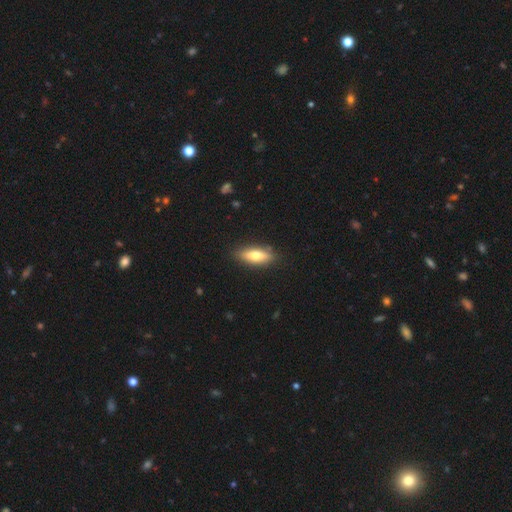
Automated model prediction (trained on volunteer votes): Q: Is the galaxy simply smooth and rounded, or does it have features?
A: smooth — 62%.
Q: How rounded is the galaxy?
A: in between — 56%.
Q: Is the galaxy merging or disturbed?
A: none — 86%.